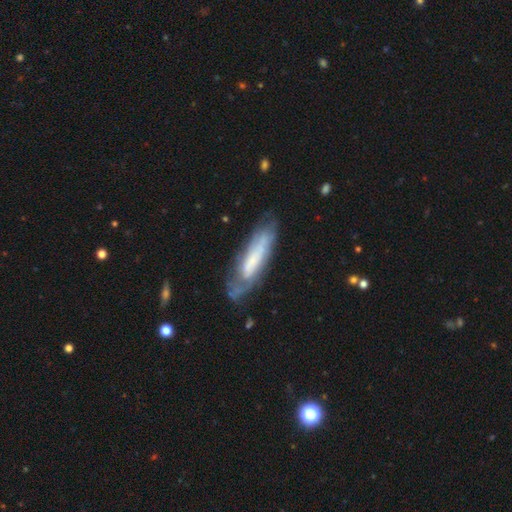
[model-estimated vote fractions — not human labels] Smooth or featured? featured or disk (53%)
Edge-on disk? no (61%)
Merging? none (64%)